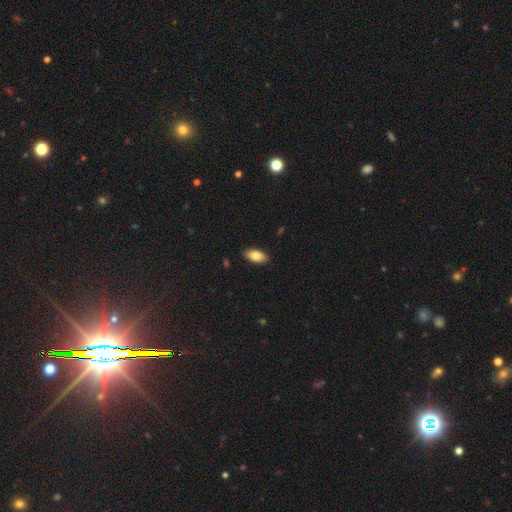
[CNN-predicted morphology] Overall: smooth (83%). How rounded: in between (92%). Merging: none (88%).